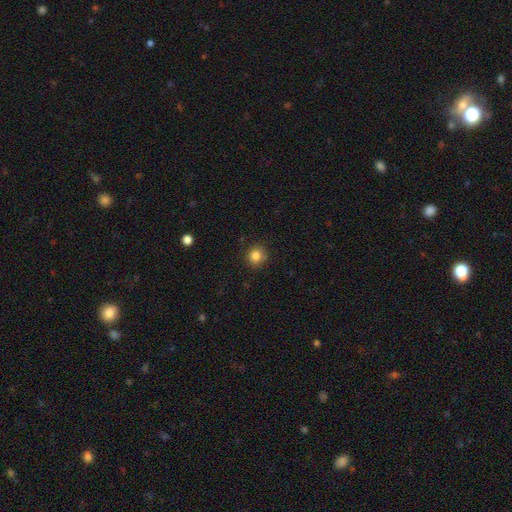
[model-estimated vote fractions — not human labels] Smooth or featured? Predicted: smooth (p=0.84). How rounded? Predicted: round (p=0.87). Merging? Predicted: none (p=0.85).